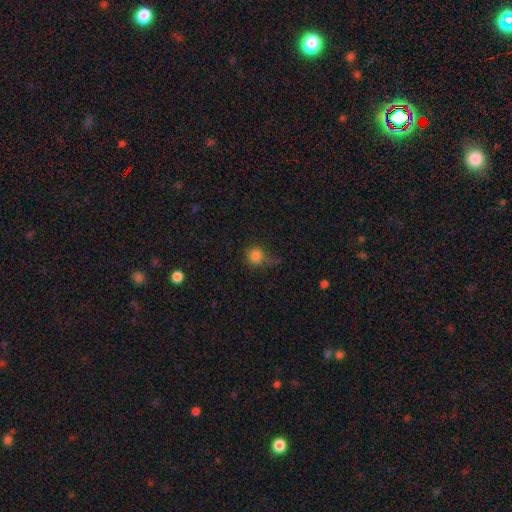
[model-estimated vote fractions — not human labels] Morphology: type=smooth (83%); roundness=round (93%); merging=none (66%).